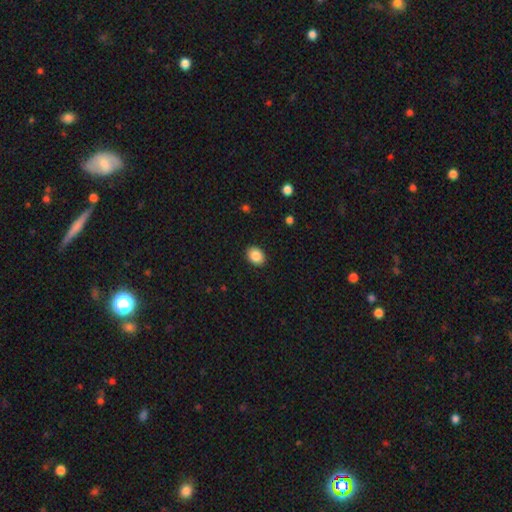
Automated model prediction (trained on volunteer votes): A smooth galaxy with no disk features (87%) that is in between round and cigar-shaped (64%).

Vote fractions:
- Smooth or featured? smooth: 87% / star or artifact: 8% / featured or disk: 4%
- How rounded? in between: 64% / round: 35% / cigar-shaped: 1%
- Merging? none: 91% / minor disturbance: 7% / major disturbance: 2% / merger: 1%